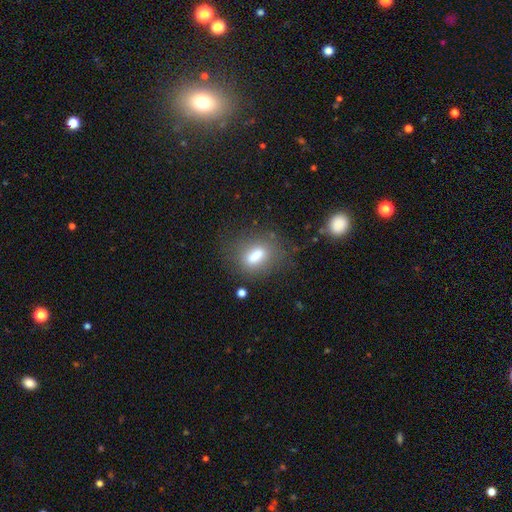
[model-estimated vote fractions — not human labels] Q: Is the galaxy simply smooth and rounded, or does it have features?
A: smooth — 69%.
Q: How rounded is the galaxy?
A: in between — 67%.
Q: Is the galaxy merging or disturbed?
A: none — 66%.